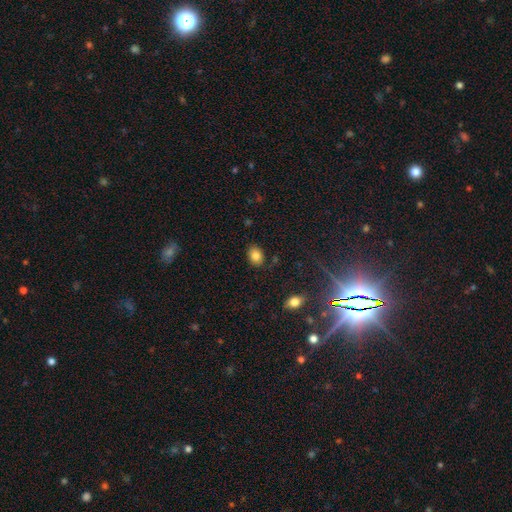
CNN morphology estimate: smooth_or_featured: smooth (p=0.84) [alt: star or artifact p=0.10]
how_rounded: in between (p=0.63) [alt: round p=0.36]
merging: none (p=0.84) [alt: minor disturbance p=0.11]